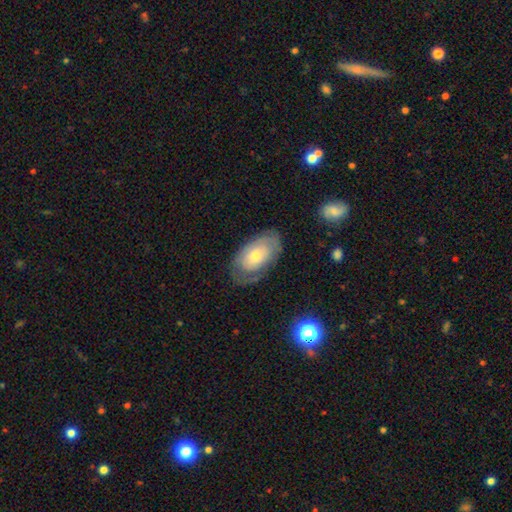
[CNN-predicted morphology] A smooth galaxy with no disk features (52%) that is in between round and cigar-shaped (93%). Merging: none (66%).